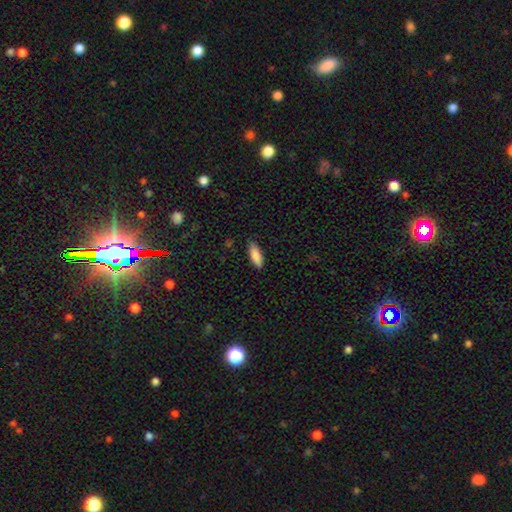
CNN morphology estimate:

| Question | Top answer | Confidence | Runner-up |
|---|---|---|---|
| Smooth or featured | smooth | 88% | star or artifact (6%) |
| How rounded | in between | 68% | cigar-shaped (31%) |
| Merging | none | 84% | minor disturbance (13%) |